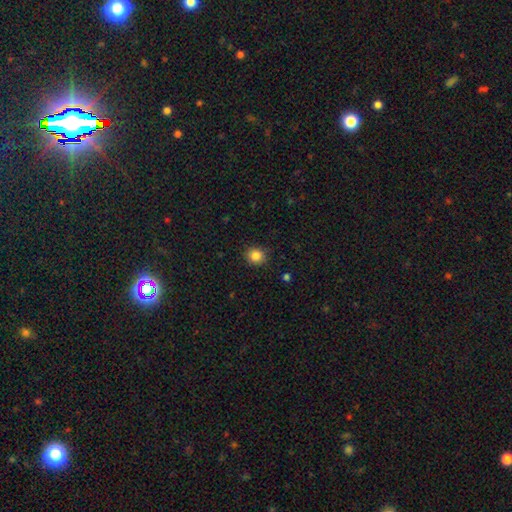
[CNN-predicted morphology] A smooth galaxy with no disk features (85%) that is round (84%). Merging: none (90%).